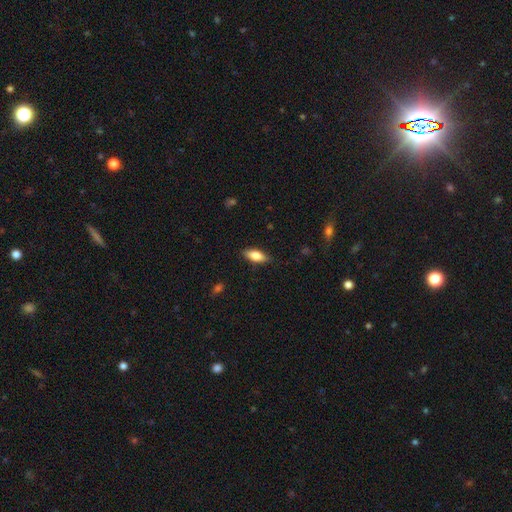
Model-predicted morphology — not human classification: Q: Smooth or featured?
A: smooth (72%); runner-up: featured or disk (21%)
Q: How rounded?
A: in between (73%); runner-up: cigar-shaped (24%)
Q: Merging?
A: none (85%); runner-up: minor disturbance (12%)